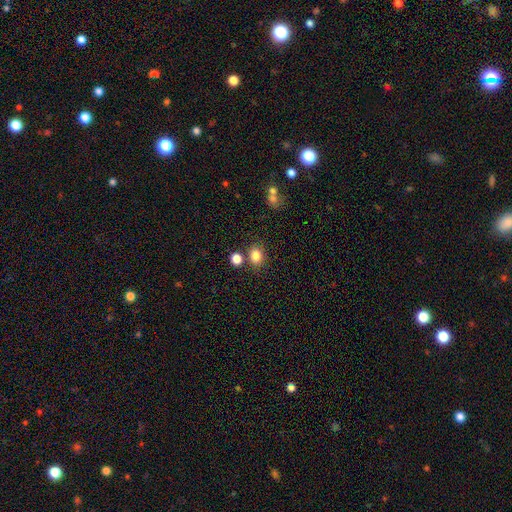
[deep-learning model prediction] Smooth or featured? Predicted: smooth (p=0.83). How rounded? Predicted: round (p=0.52). Merging? Predicted: none (p=0.73).